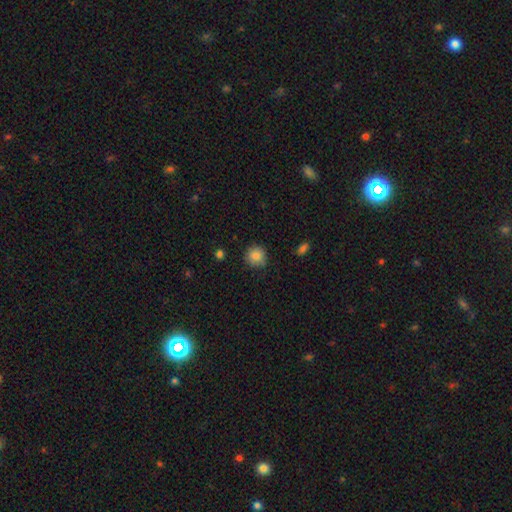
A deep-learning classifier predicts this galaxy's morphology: Overall: smooth (85%). How rounded: round (90%). Merging: none (81%).